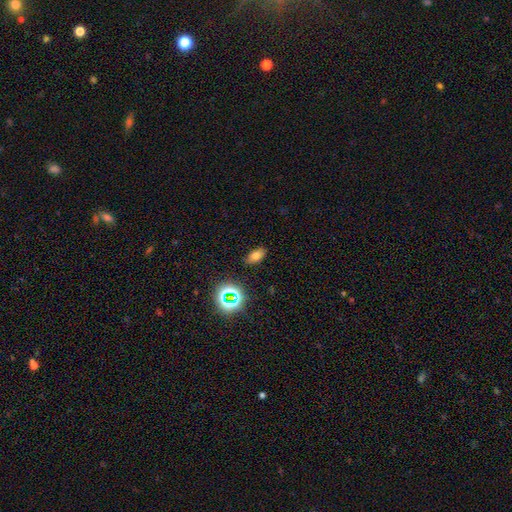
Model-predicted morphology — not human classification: The model was most divided on "smooth or featured": smooth: 71%, star or artifact: 19%, featured or disk: 10%. More confident: how rounded — in between (86%); merging — none (85%).